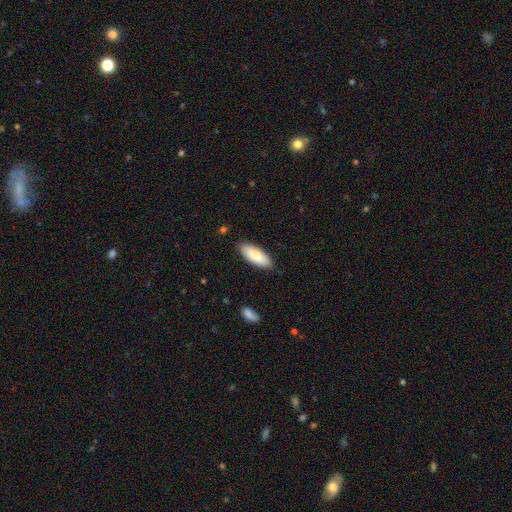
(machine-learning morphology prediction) A smooth galaxy with no disk features (83%) that is in between round and cigar-shaped (78%).

Vote fractions:
- Smooth or featured? smooth: 83% / featured or disk: 12% / star or artifact: 5%
- How rounded? in between: 78% / cigar-shaped: 21% / round: 2%
- Merging? none: 87% / minor disturbance: 10% / major disturbance: 2% / merger: 1%